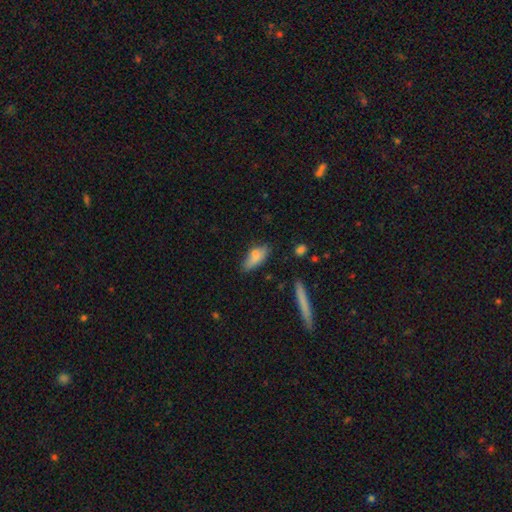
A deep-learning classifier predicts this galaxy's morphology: smooth 74%, featured or disk 18%, star or artifact 8%. Down the decision tree: how rounded — in between (73%); merging — none (56%).